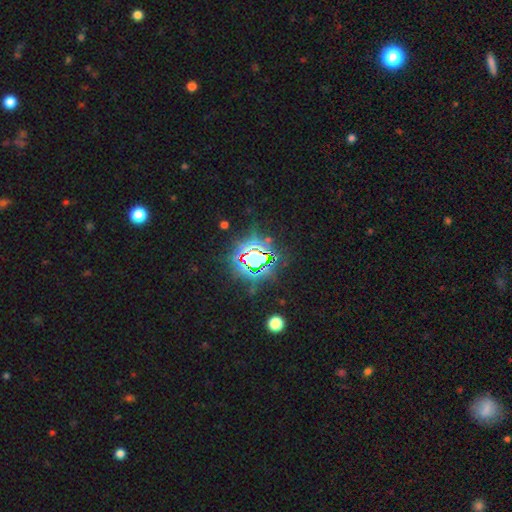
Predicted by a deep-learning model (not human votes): star or artifact 82%, smooth 10%, featured or disk 8%.